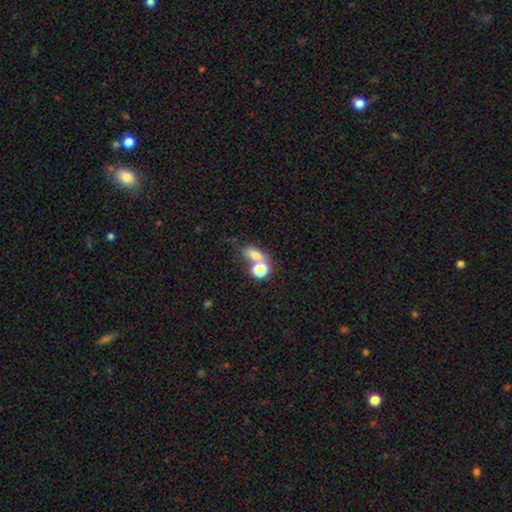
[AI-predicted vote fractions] Smooth or featured?
  - smooth: 70% *
  - star or artifact: 17%
  - featured or disk: 13%
How rounded?
  - in between: 66% *
  - round: 31%
  - cigar-shaped: 4%
Merging?
  - none: 42% *
  - merger: 41%
  - minor disturbance: 11%
  - major disturbance: 7%